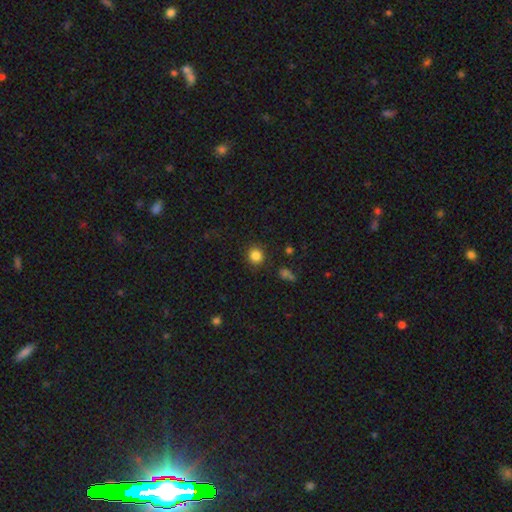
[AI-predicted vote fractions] This appears to be a smooth galaxy with no disk features (84%) that is round (89%). Merging: none (88%).